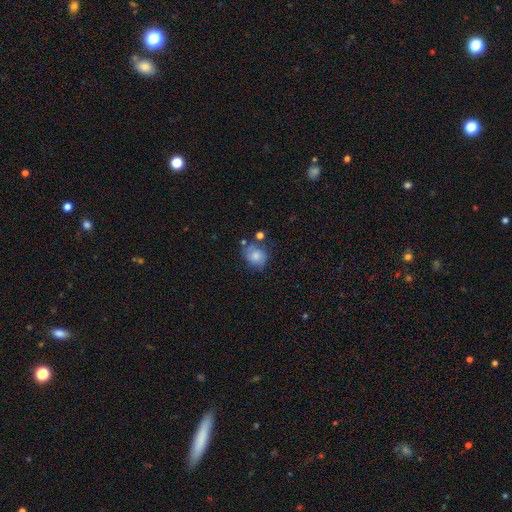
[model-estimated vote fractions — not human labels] Smooth or featured?
  - smooth: 60% *
  - featured or disk: 30%
  - star or artifact: 10%
How rounded?
  - round: 55% *
  - in between: 44%
  - cigar-shaped: 1%
Merging?
  - none: 57% *
  - minor disturbance: 24%
  - merger: 9%
  - major disturbance: 9%